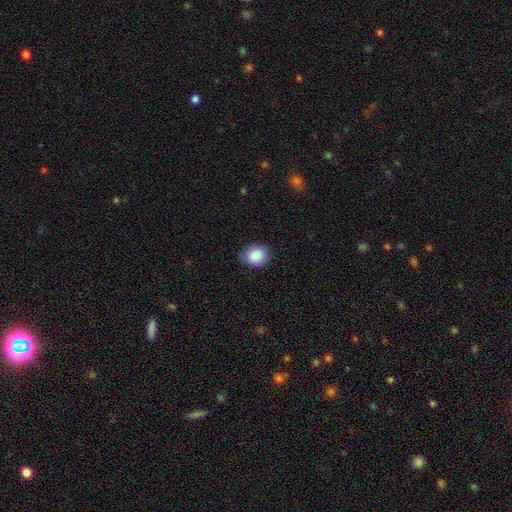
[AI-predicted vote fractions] This is clearly a smooth galaxy (89%). How rounded: possibly round (60%). Merging: clearly none (80%).